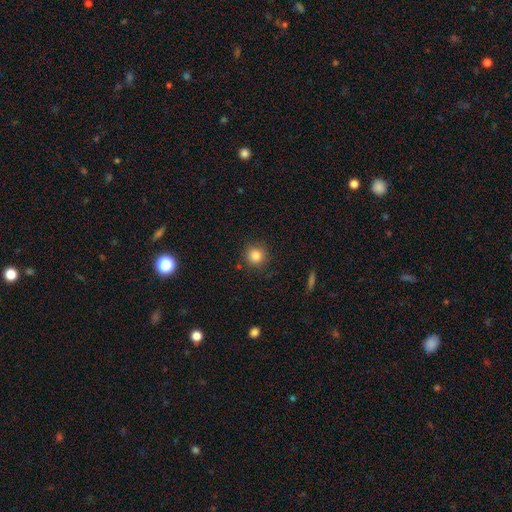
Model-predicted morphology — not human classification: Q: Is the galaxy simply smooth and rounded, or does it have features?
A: smooth — 84%.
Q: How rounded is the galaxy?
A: round — 93%.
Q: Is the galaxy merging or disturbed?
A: none — 88%.